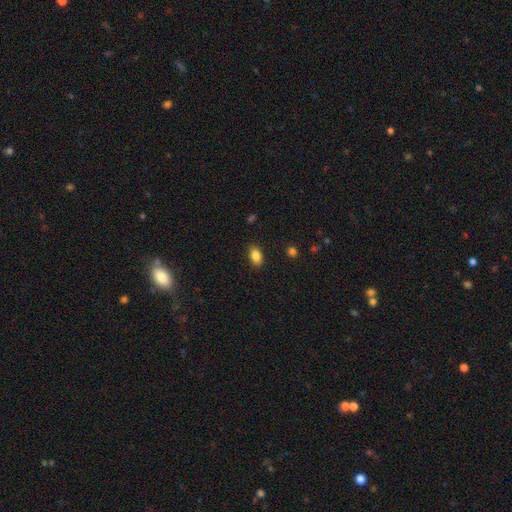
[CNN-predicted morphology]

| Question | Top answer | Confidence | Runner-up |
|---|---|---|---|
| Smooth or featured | smooth | 86% | star or artifact (9%) |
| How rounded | in between | 88% | round (10%) |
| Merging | none | 87% | minor disturbance (9%) |